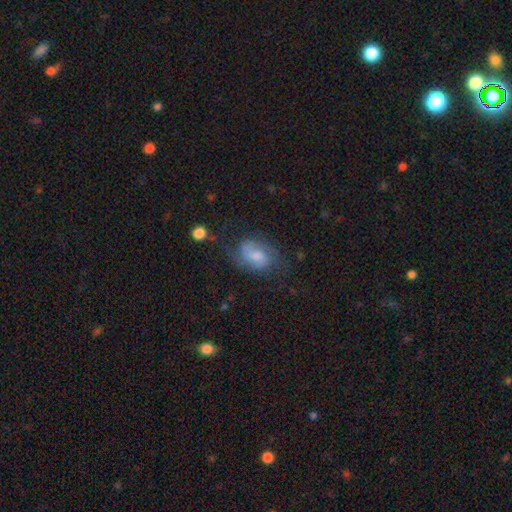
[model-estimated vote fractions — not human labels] Smooth or featured? featured or disk (57%)
Edge-on disk? no (96%)
Bar? no (46%)
Spiral arms? yes (87%)
Bulge size? moderate (44%)
Merging? none (58%)